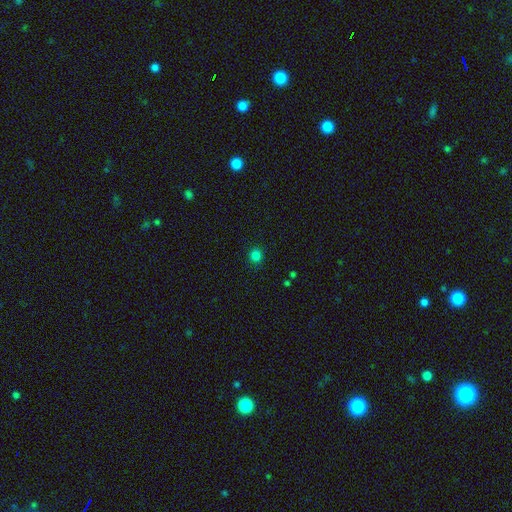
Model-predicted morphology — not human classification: This appears to be a smooth galaxy with no disk features (81%) that is round (90%). Merging: none (90%).